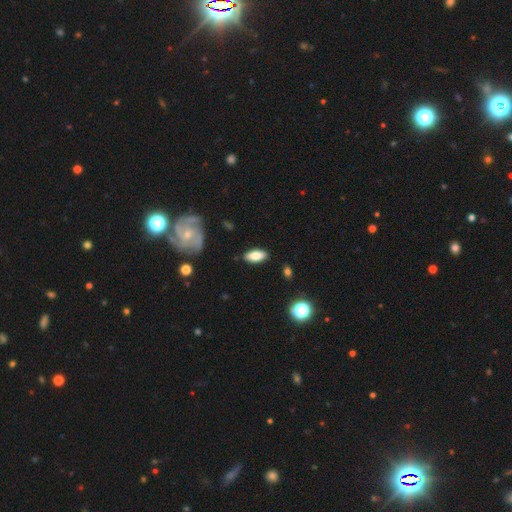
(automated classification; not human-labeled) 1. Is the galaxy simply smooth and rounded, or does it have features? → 76% smooth, 17% featured or disk, 7% star or artifact.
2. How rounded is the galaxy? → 85% in between, 12% cigar-shaped, 3% round.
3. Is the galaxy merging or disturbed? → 86% none, 10% minor disturbance, 2% major disturbance, 2% merger.